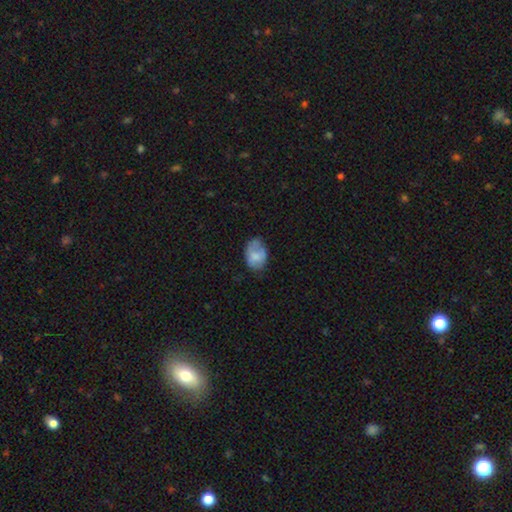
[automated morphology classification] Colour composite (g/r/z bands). It shows a smooth galaxy with no disk features (72%) that is in between round and cigar-shaped (80%). Merging: none (52%).